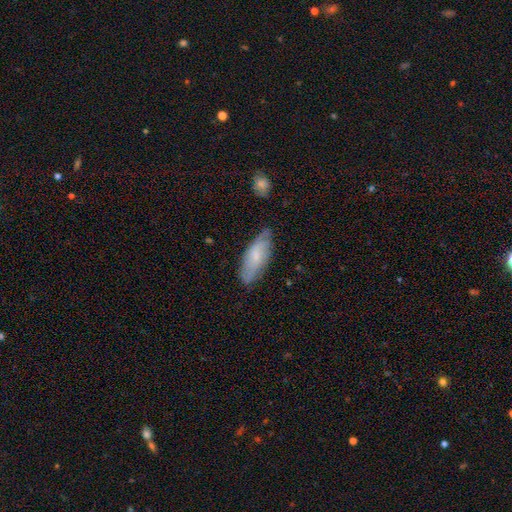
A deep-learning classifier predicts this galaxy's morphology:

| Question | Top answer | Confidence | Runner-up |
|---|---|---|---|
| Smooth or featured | smooth | 55% | featured or disk (38%) |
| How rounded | in between | 71% | cigar-shaped (27%) |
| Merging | none | 70% | minor disturbance (23%) |